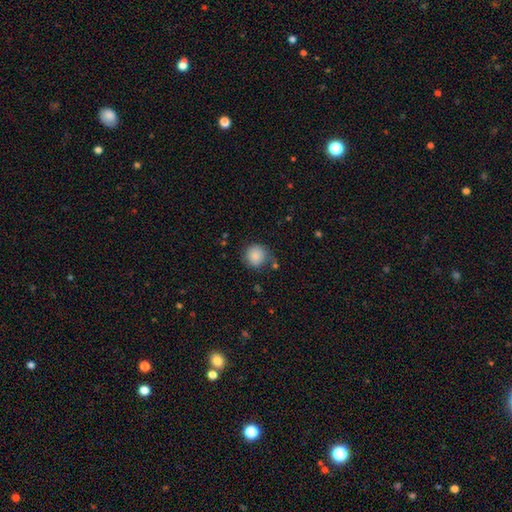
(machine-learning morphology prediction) smooth 85%, star or artifact 9%, featured or disk 7%. Down the decision tree: how rounded — round (91%); merging — none (73%).